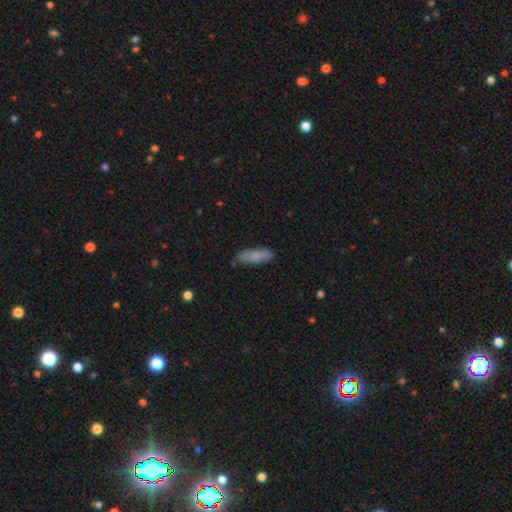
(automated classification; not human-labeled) A smooth galaxy with no disk features (79%) that is in between round and cigar-shaped (57%).

Vote fractions:
- Smooth or featured? smooth: 79% / featured or disk: 15% / star or artifact: 6%
- How rounded? in between: 57% / cigar-shaped: 41% / round: 2%
- Merging? none: 81% / minor disturbance: 14% / major disturbance: 3% / merger: 2%